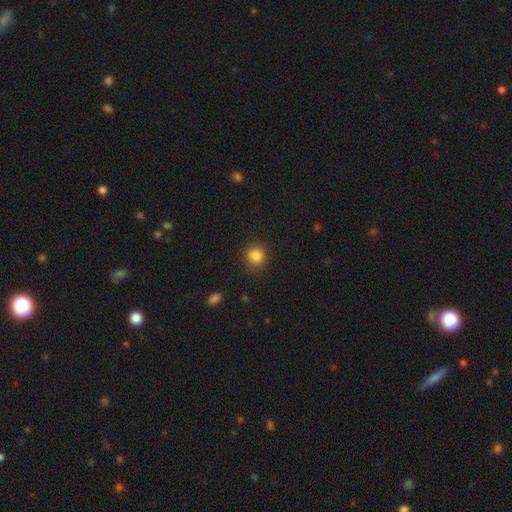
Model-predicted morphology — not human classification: This is clearly a smooth galaxy (85%). How rounded: clearly round (87%). Merging: clearly none (85%).